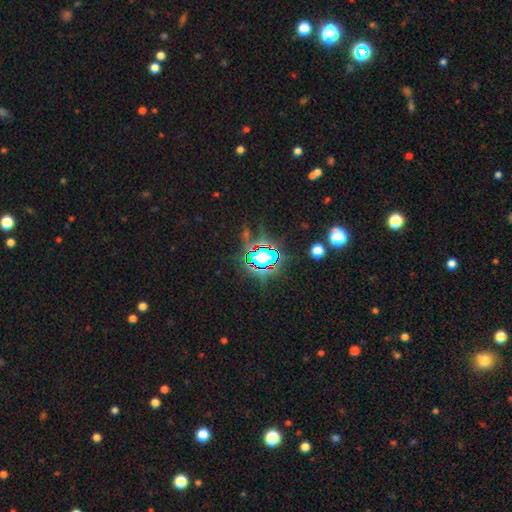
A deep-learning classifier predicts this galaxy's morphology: star or artifact 79%, smooth 12%, featured or disk 9%.